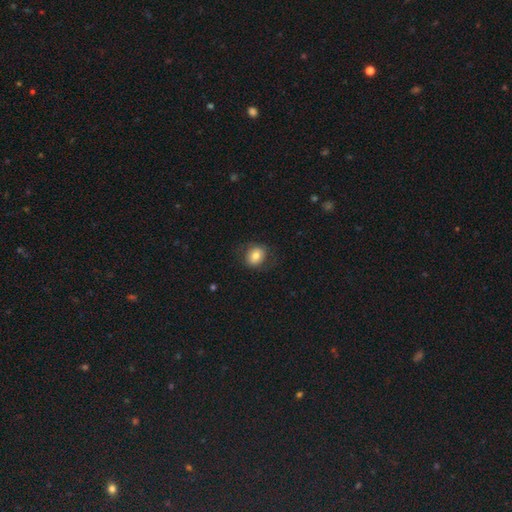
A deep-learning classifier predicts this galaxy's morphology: smooth_or_featured: smooth (p=0.76) [alt: featured or disk p=0.15]
how_rounded: round (p=0.52) [alt: in between p=0.47]
merging: none (p=0.79) [alt: minor disturbance p=0.14]